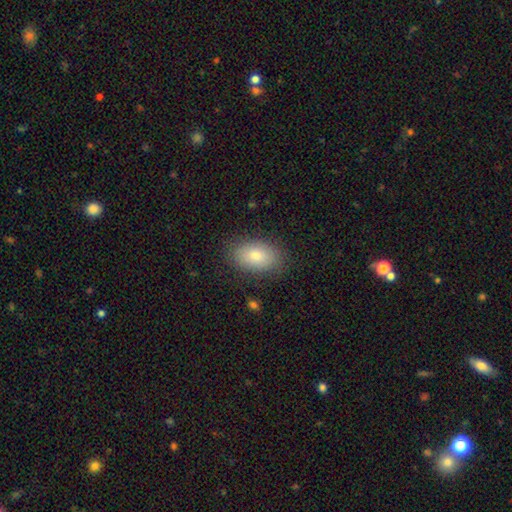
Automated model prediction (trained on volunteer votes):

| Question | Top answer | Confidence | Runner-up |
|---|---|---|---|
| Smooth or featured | smooth | 81% | featured or disk (12%) |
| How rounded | in between | 90% | round (8%) |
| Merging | none | 86% | minor disturbance (10%) |